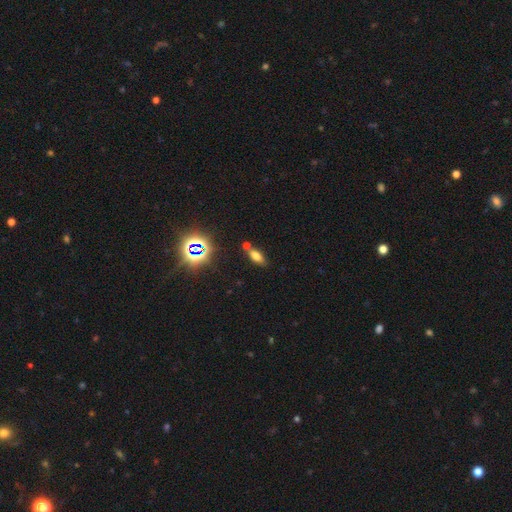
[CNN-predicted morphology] This appears to be a smooth galaxy with no disk features (66%) that is in between round and cigar-shaped (80%). Merging: none (61%).